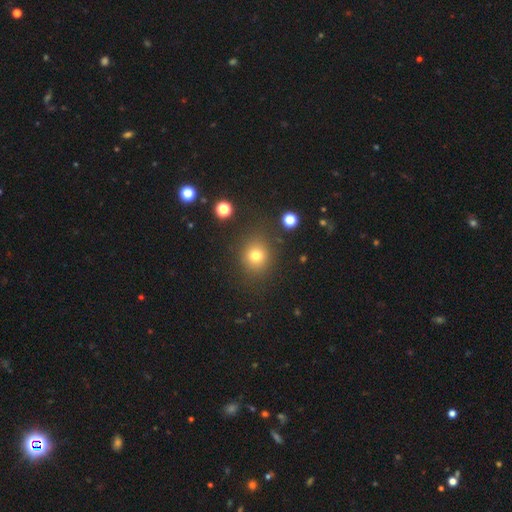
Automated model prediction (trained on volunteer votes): A smooth galaxy with no disk features (75%) that is round (82%). Merging: none (83%).